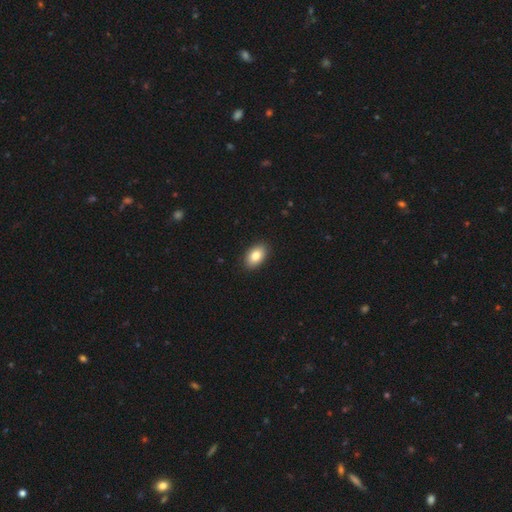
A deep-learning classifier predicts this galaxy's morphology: This appears to be a smooth galaxy with no disk features (85%) that is in between round and cigar-shaped (90%). Merging: none (90%).